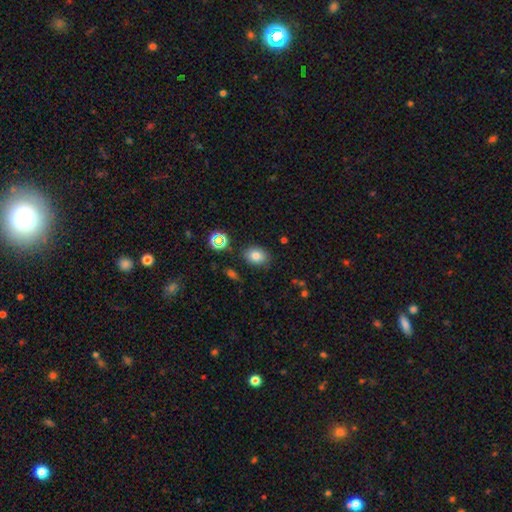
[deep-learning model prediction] Q: Smooth or featured?
A: smooth (79%); runner-up: star or artifact (13%)
Q: How rounded?
A: in between (70%); runner-up: round (29%)
Q: Merging?
A: none (82%); runner-up: minor disturbance (11%)